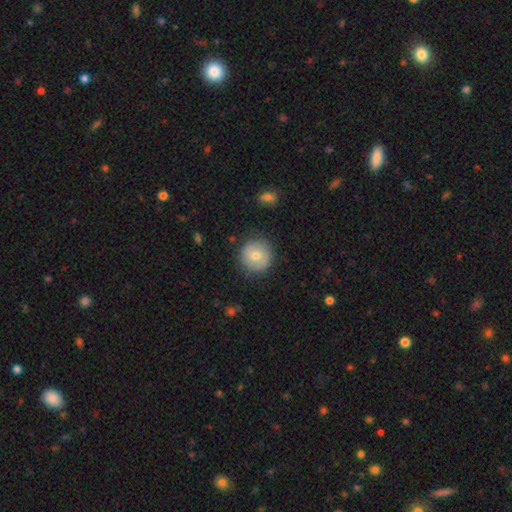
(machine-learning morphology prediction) Smooth or featured: smooth — 62% (featured or disk — 30%)
How rounded: round — 94% (in between — 5%)
Merging: none — 85% (minor disturbance — 11%)